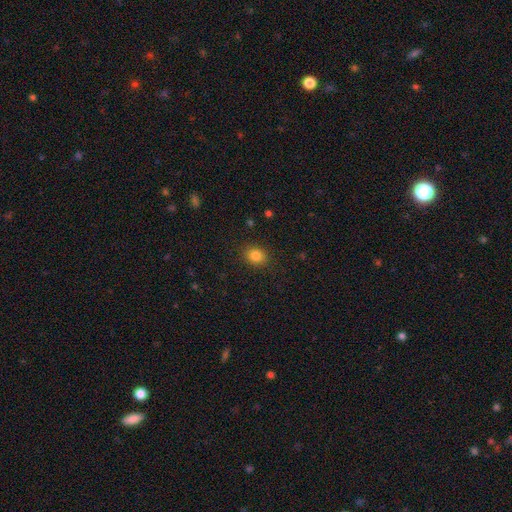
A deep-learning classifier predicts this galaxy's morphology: smooth_or_featured: smooth (p=0.83) [alt: star or artifact p=0.11]
how_rounded: round (p=0.59) [alt: in between p=0.40]
merging: none (p=0.89) [alt: minor disturbance p=0.08]